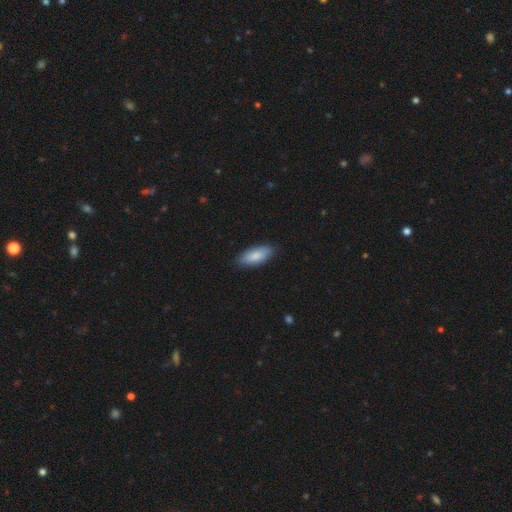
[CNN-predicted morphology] The model was most divided on "how rounded": in between: 78%, cigar-shaped: 20%, round: 2%. More confident: merging — none (85%); smooth or featured — smooth (84%).